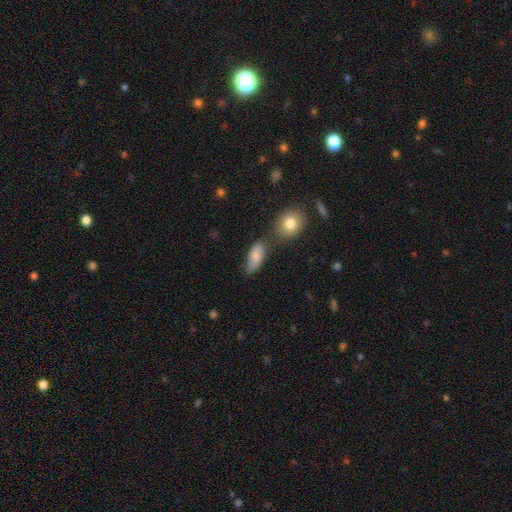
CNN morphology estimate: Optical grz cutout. It shows a smooth galaxy with no disk features (77%) that is in between round and cigar-shaped (85%). Merging: none (56%).